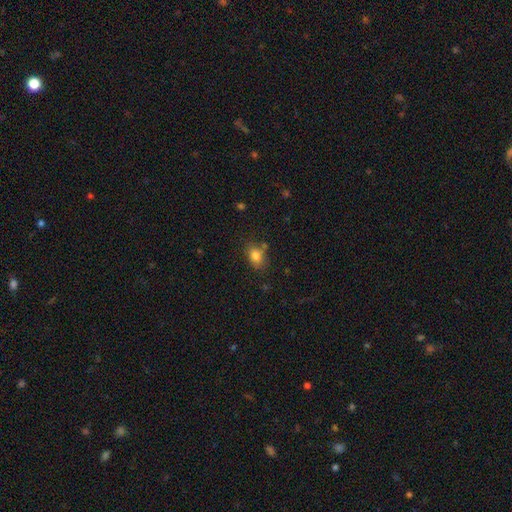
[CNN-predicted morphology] A smooth galaxy with no disk features (81%) that is in between round and cigar-shaped (70%). Merging: none (68%).